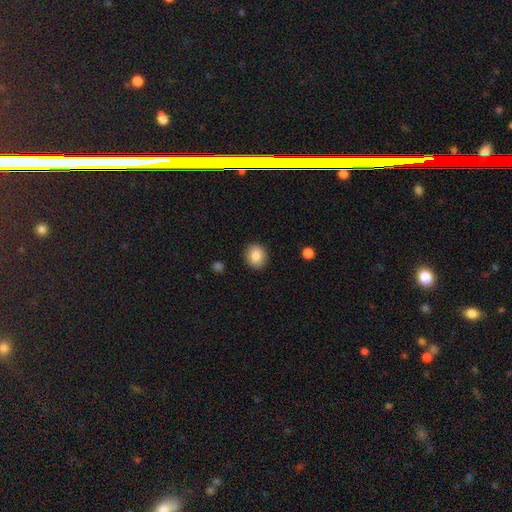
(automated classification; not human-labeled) Overall: smooth (85%). How rounded: round (77%). Merging: none (89%).